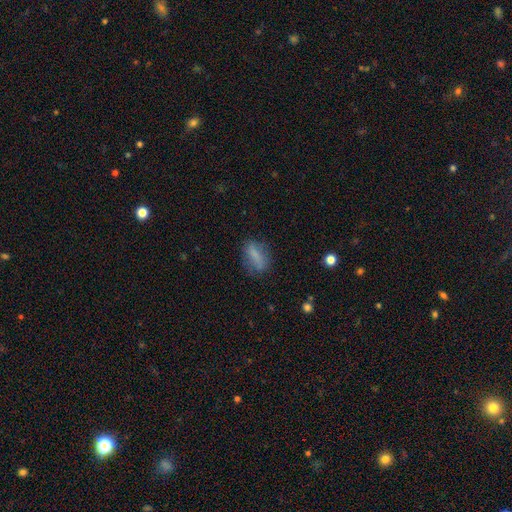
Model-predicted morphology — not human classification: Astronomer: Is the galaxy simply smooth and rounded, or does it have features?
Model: smooth — 74%.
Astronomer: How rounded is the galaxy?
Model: in between — 73%.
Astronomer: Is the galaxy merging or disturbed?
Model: none — 69%.